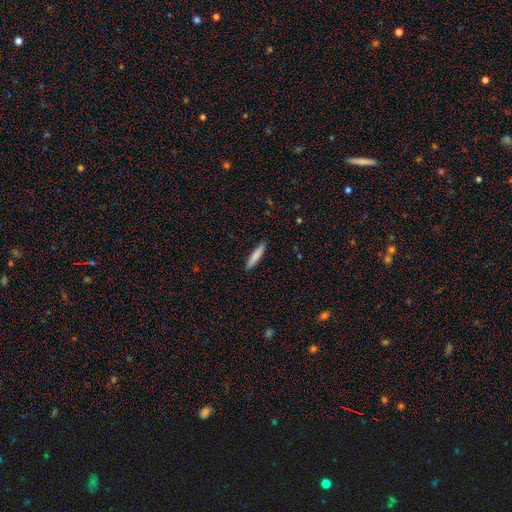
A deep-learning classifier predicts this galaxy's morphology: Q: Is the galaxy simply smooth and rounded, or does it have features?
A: smooth — 82%.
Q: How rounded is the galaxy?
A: cigar-shaped — 90%.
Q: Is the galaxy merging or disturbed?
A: none — 90%.